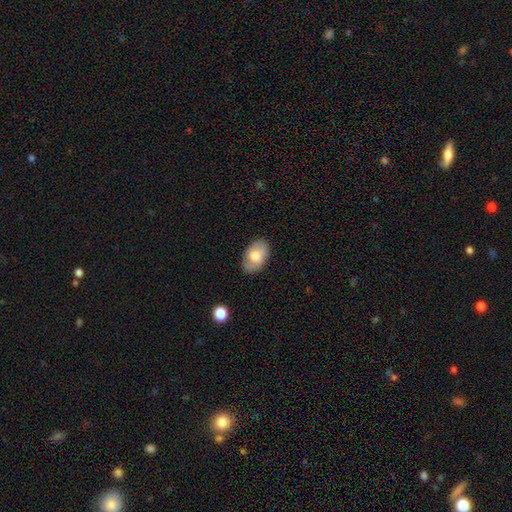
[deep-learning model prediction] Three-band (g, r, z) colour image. It shows a smooth galaxy with no disk features (71%) that is in between round and cigar-shaped (92%). Merging: none (79%).